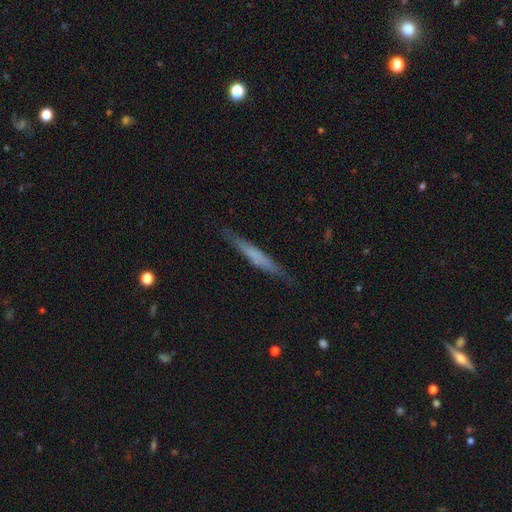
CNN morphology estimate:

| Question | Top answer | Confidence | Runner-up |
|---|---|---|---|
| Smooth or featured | smooth | 51% | featured or disk (42%) |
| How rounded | cigar-shaped | 95% | in between (4%) |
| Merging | none | 85% | minor disturbance (11%) |